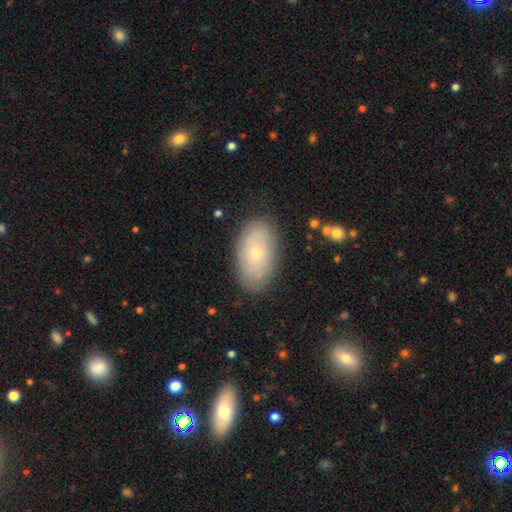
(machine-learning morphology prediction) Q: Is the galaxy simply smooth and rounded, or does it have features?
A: smooth — 58%.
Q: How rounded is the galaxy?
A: in between — 93%.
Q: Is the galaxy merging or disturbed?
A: none — 84%.